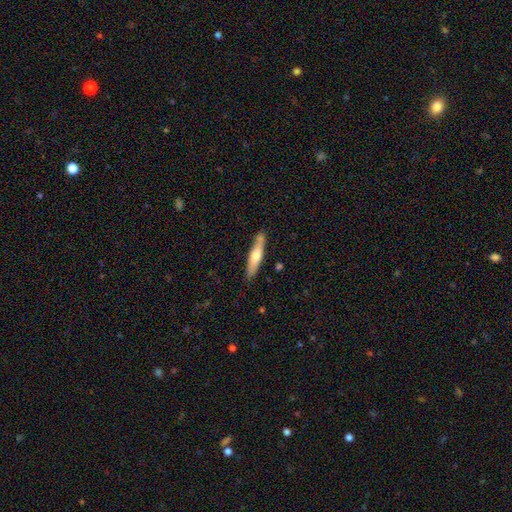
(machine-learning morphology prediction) Smooth or featured? smooth (53%)
How rounded? cigar-shaped (85%)
Merging? none (80%)